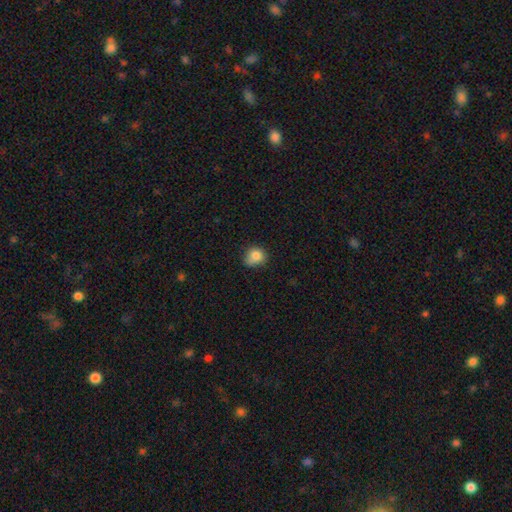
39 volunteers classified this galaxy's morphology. Smooth or featured: smooth — 85% (featured or disk — 8%)
How rounded: round — 73% (in between — 27%)
Merging: none — 56% (minor disturbance — 31%)